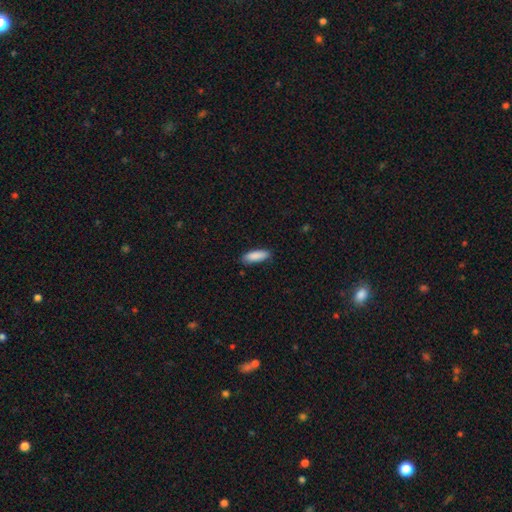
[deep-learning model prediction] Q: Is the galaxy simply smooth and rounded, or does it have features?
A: smooth — 89%.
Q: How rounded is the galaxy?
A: in between — 59%.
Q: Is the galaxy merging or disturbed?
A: none — 83%.